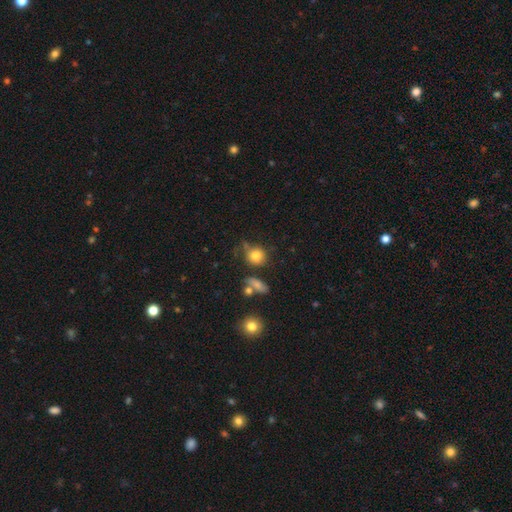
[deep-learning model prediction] Smooth or featured: smooth — 78% (star or artifact — 12%)
How rounded: round — 79% (in between — 19%)
Merging: none — 61% (minor disturbance — 21%)